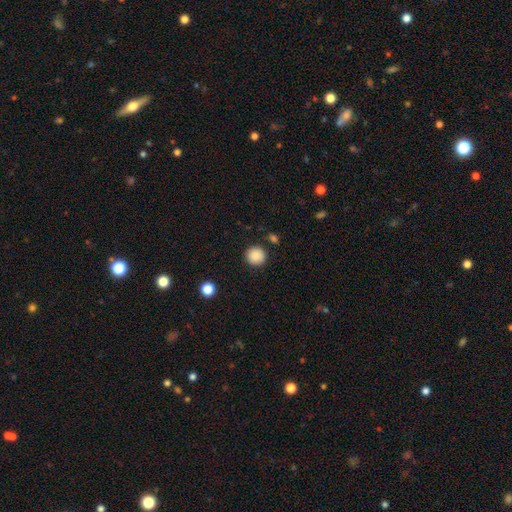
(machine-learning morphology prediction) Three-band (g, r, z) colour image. It shows a smooth galaxy with no disk features (88%) that is round (94%). Merging: none (90%).